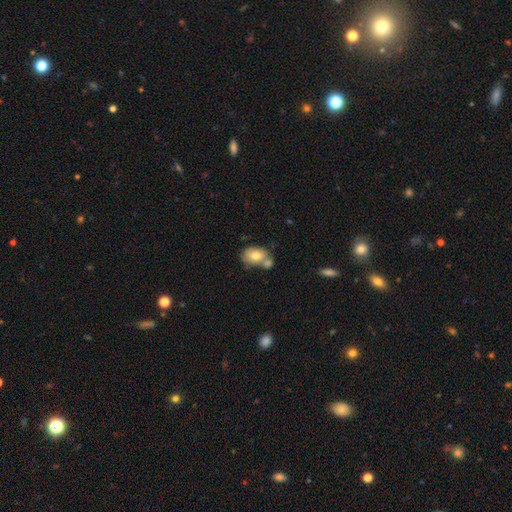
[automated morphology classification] smooth_or_featured: smooth (p=0.73) [alt: featured or disk p=0.20]
how_rounded: in between (p=0.78) [alt: round p=0.21]
merging: merger (p=0.40) [alt: none p=0.39]